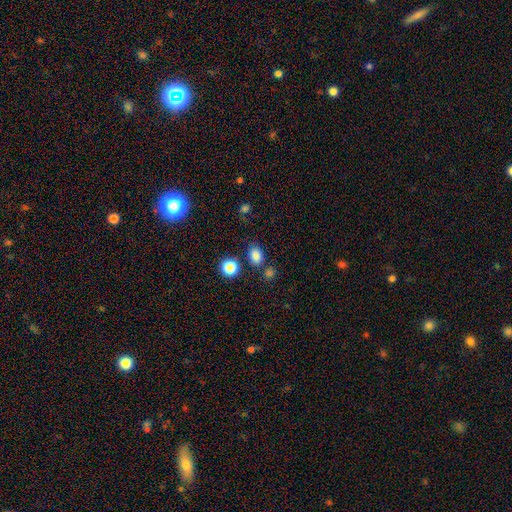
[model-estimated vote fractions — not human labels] Q: Smooth or featured?
A: smooth (81%); runner-up: star or artifact (14%)
Q: How rounded?
A: in between (62%); runner-up: round (37%)
Q: Merging?
A: none (76%); runner-up: minor disturbance (12%)